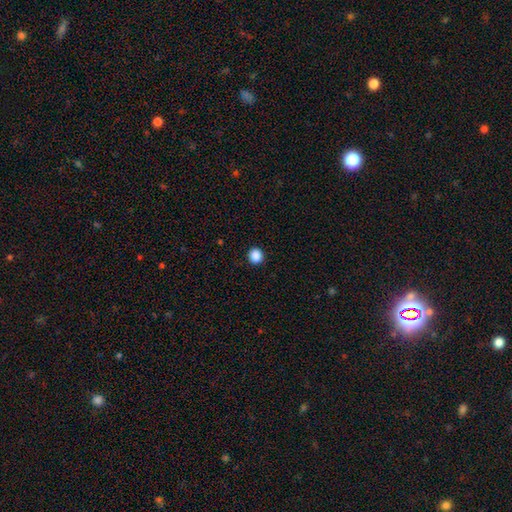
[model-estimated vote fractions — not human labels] Smooth or featured: smooth — 88% (star or artifact — 10%)
How rounded: round — 89% (in between — 11%)
Merging: none — 93% (minor disturbance — 5%)